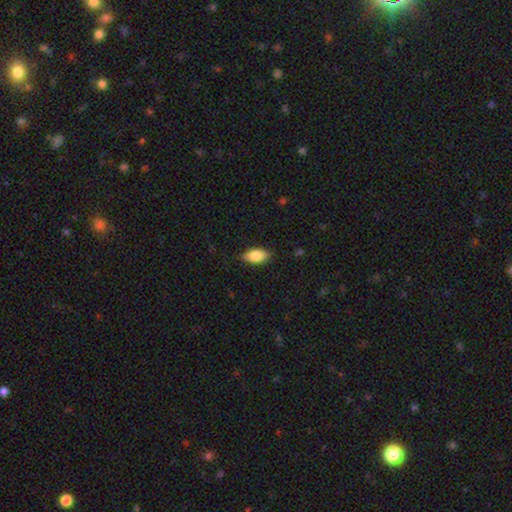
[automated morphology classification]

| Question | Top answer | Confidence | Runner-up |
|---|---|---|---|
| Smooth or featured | smooth | 81% | featured or disk (12%) |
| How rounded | in between | 90% | cigar-shaped (5%) |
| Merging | none | 83% | minor disturbance (14%) |